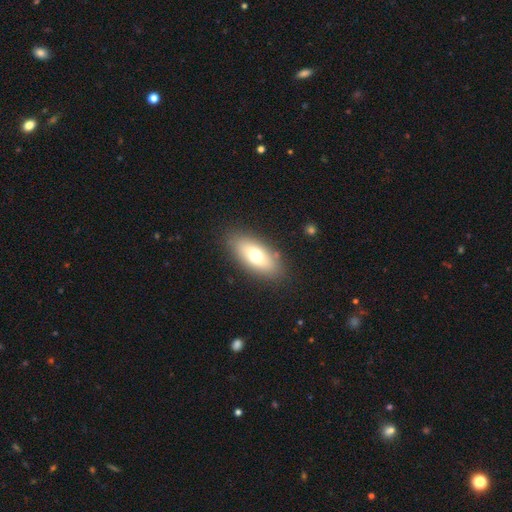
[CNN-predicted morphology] smooth-or-featured: smooth: 67% | featured or disk: 25% | star or artifact: 8%
  how-rounded: in between: 82% | cigar-shaped: 13% | round: 5%
  merging: none: 86% | minor disturbance: 10% | major disturbance: 3% | merger: 1%